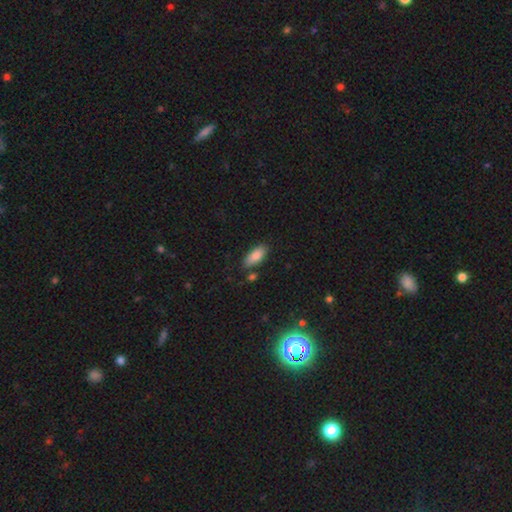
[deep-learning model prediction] Smooth or featured? smooth (86%)
How rounded? in between (83%)
Merging? none (79%)